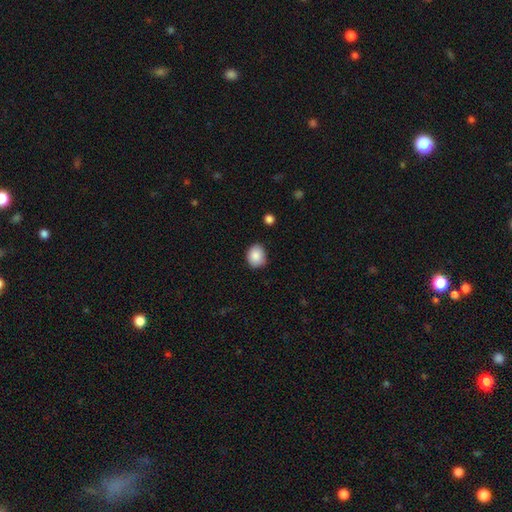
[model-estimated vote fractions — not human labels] The model was most divided on "how rounded": round: 62%, in between: 37%, cigar-shaped: 1%. More confident: smooth or featured — smooth (86%); merging — none (79%).